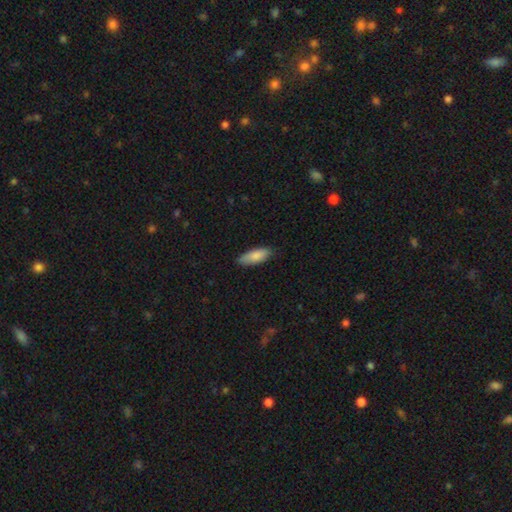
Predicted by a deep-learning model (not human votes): Smooth or featured: smooth — 85% (featured or disk — 9%)
How rounded: in between — 73% (cigar-shaped — 25%)
Merging: none — 82% (minor disturbance — 15%)